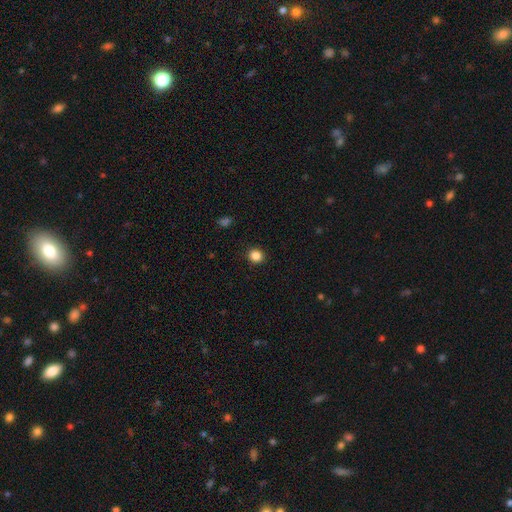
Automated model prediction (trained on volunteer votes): Smooth or featured? smooth (85%)
How rounded? round (84%)
Merging? none (92%)